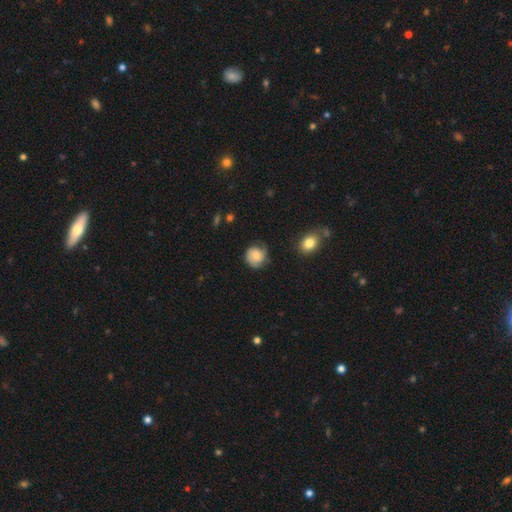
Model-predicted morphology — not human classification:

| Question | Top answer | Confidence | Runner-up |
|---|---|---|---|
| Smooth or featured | smooth | 54% | featured or disk (38%) |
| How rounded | round | 84% | in between (15%) |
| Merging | none | 68% | minor disturbance (23%) |